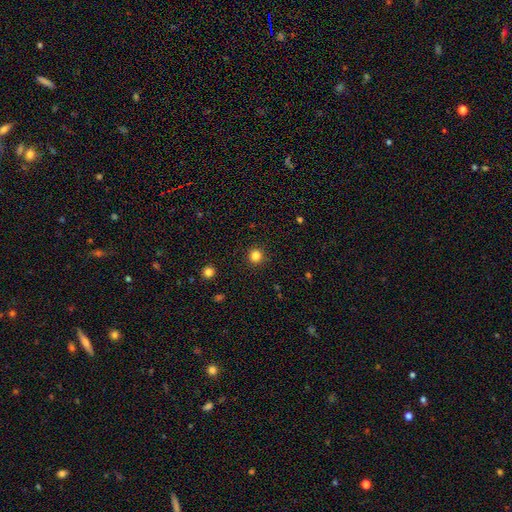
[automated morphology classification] Overall: smooth (83%). How rounded: round (95%). Merging: none (92%).